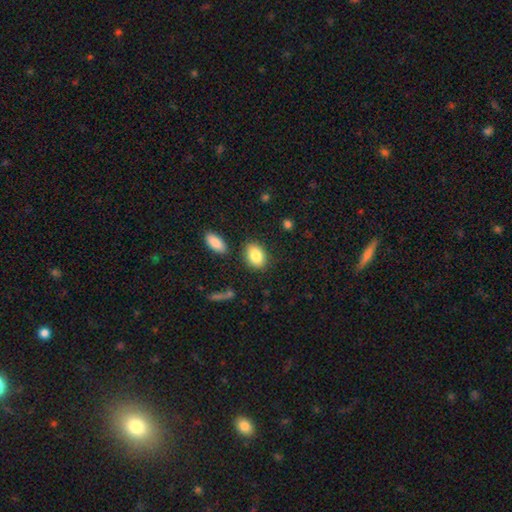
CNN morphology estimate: smooth_or_featured: smooth (p=0.84) [alt: featured or disk p=0.08]
how_rounded: in between (p=0.80) [alt: round p=0.18]
merging: none (p=0.81) [alt: minor disturbance p=0.11]